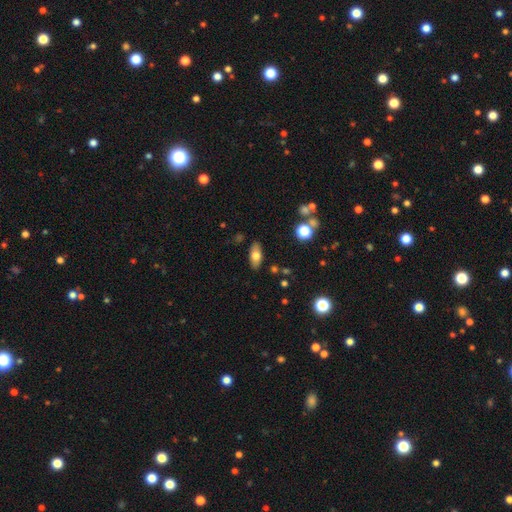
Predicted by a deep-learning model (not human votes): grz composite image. It shows a smooth galaxy with no disk features (69%) that is in between round and cigar-shaped (84%). Merging: none (85%).